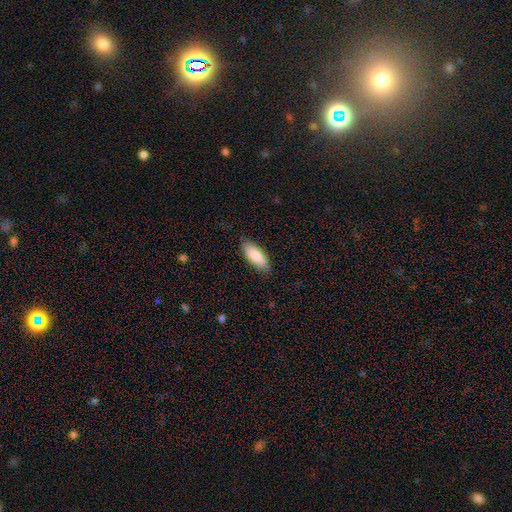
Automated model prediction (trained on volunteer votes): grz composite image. It shows a smooth galaxy with no disk features (80%) that is in between round and cigar-shaped (79%). Merging: none (80%).